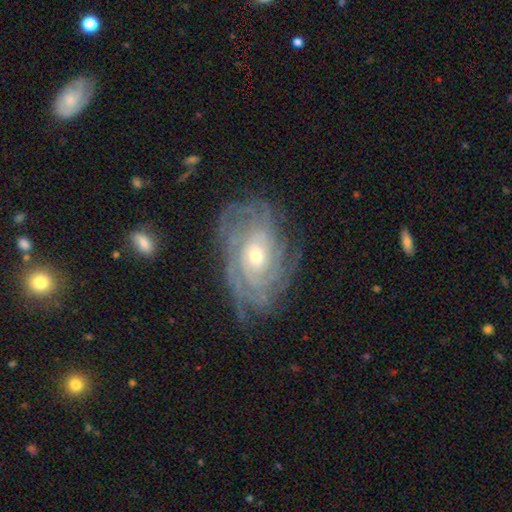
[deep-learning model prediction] Q: Smooth or featured?
A: featured or disk (87%); runner-up: smooth (7%)
Q: Edge-on disk?
A: no (96%); runner-up: yes (4%)
Q: Bar?
A: no (67%); runner-up: weak (25%)
Q: Spiral arms?
A: yes (96%); runner-up: no (4%)
Q: Spiral winding?
A: tight (78%); runner-up: medium (18%)
Q: Spiral arm count?
A: can't tell (37%); runner-up: 4 (19%)
Q: Bulge size?
A: small (48%); tied with: moderate (48%)
Q: Merging?
A: none (76%); runner-up: minor disturbance (17%)